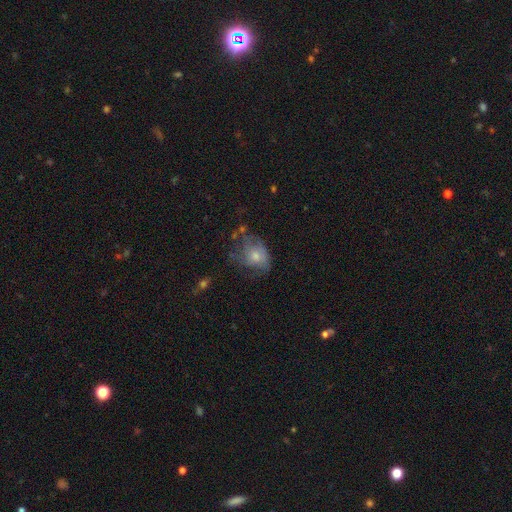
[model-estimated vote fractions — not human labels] smooth-or-featured: featured or disk: 45% | smooth: 42% | star or artifact: 13%
  merging: none: 41% | minor disturbance: 28% | major disturbance: 27% | merger: 3%